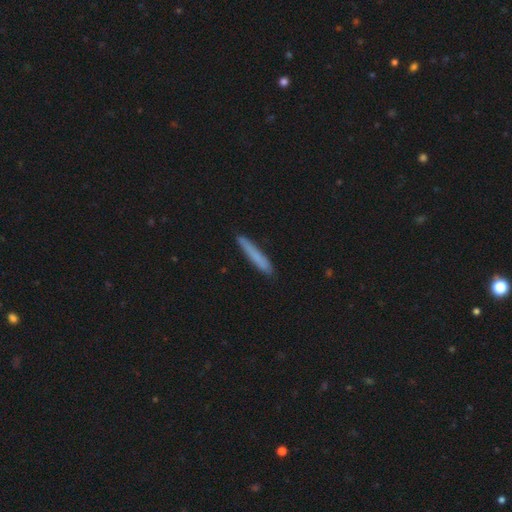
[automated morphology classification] This is likely a smooth galaxy (76%). How rounded: clearly cigar-shaped (95%). Merging: clearly none (88%).